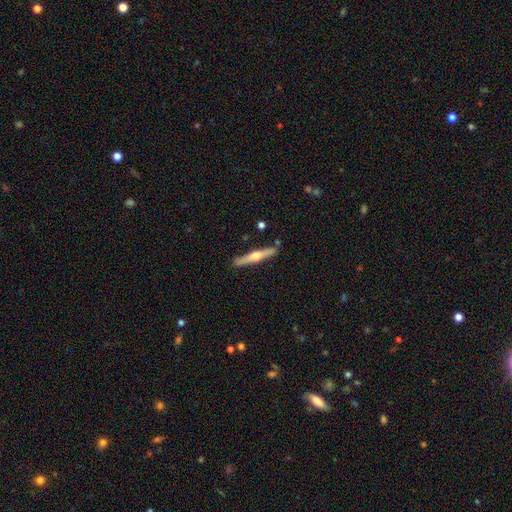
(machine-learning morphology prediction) A featured or disk galaxy (64%) viewed edge-on (97%) with a rounded central bulge (92%). Merging: none (87%).